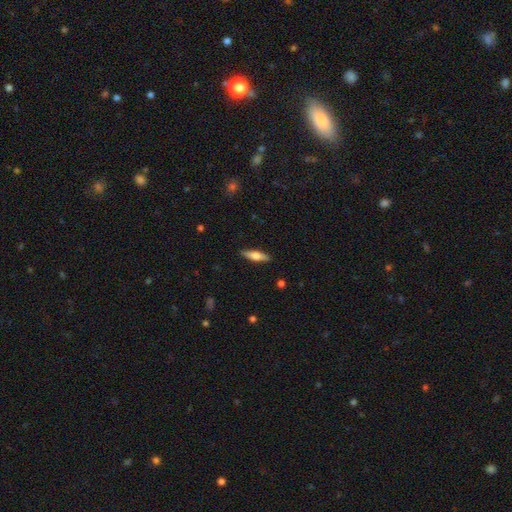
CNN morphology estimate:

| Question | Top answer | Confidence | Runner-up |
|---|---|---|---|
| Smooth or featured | smooth | 54% | featured or disk (40%) |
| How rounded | cigar-shaped | 63% | in between (35%) |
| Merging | none | 89% | minor disturbance (8%) |